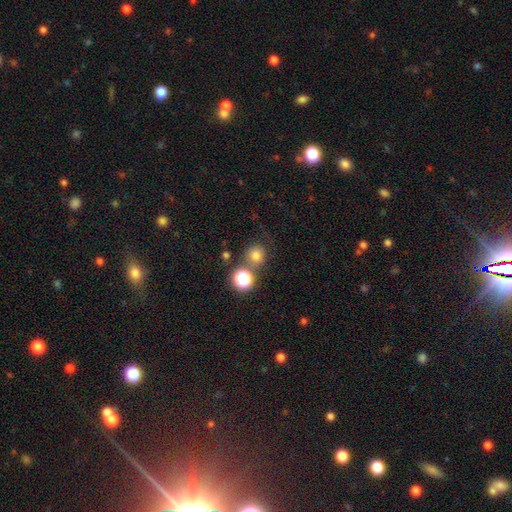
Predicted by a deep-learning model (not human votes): Morphology: type=smooth (76%); roundness=round (88%); merging=none (66%).